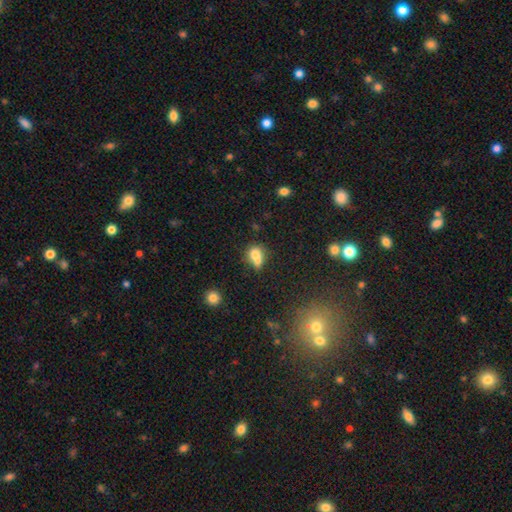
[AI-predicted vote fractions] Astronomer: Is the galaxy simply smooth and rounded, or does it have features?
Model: smooth — 73%.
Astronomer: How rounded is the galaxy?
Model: in between — 57% (runner-up: round, 40%).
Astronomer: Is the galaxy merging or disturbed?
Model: merger — 40% (runner-up: none, 31%).